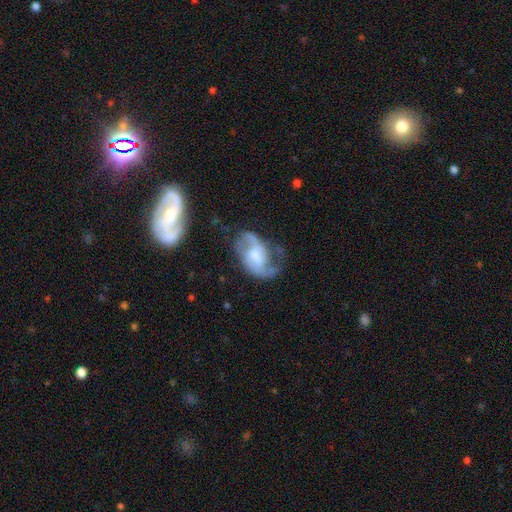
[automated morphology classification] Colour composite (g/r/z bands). It shows a featured or disk galaxy (81%) with a weak bar (47%), 2 (84%) medium (45%) spiral arms (93%) and a moderate central bulge (45%). Merging: none (56%).